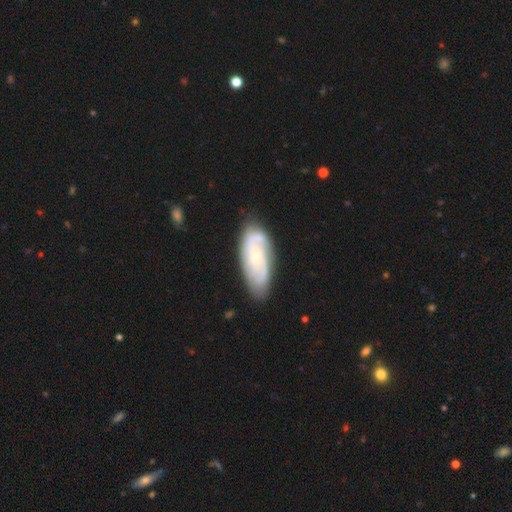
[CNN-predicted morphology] Smooth or featured: featured or disk — 70% (smooth — 24%)
Edge-on disk: no — 92% (yes — 8%)
Bar: no — 70% (weak — 26%)
Spiral arms: yes — 91% (no — 9%)
Spiral winding: tight — 52% (medium — 37%)
Spiral arm count: can't tell — 35% (2 — 31%)
Bulge size: small — 68% (moderate — 25%)
Merging: none — 75% (minor disturbance — 18%)